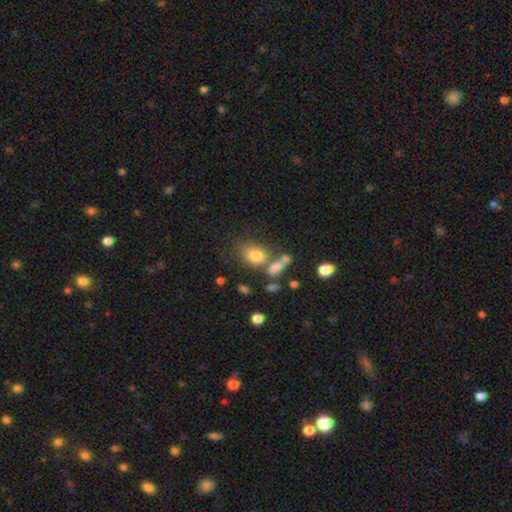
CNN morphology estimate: Smooth or featured? Predicted: smooth (p=0.78). How rounded? Predicted: in between (p=0.67). Merging? Predicted: none (p=0.49).